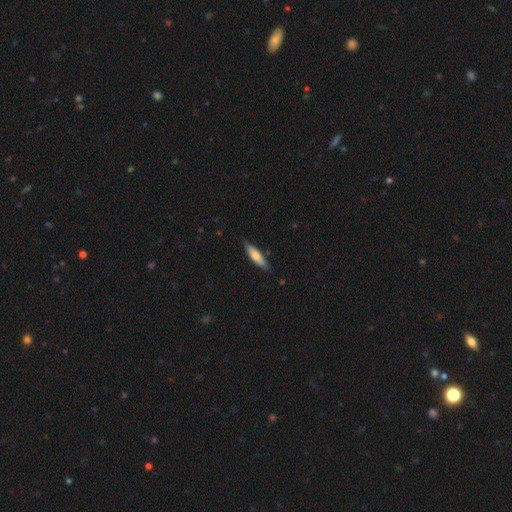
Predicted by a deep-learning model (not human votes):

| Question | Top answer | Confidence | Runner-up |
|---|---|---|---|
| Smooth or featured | smooth | 68% | featured or disk (27%) |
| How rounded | cigar-shaped | 70% | in between (29%) |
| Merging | none | 81% | minor disturbance (15%) |